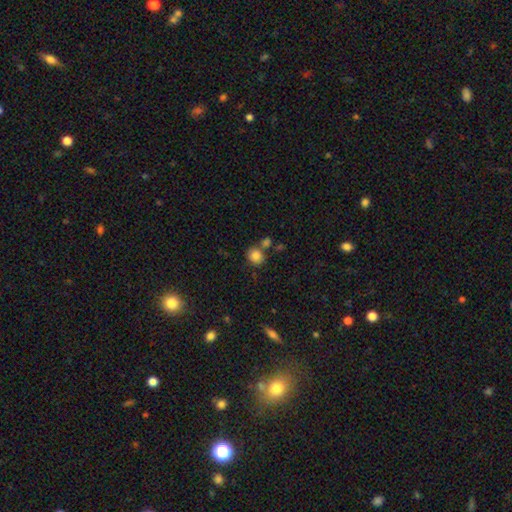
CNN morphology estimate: The model was most divided on "merging": none: 67%, merger: 19%, minor disturbance: 11%, major disturbance: 4%. More confident: smooth or featured — smooth (83%); how rounded — round (79%).